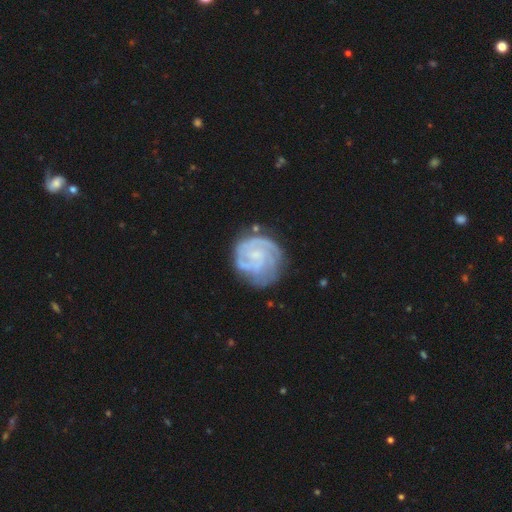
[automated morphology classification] Smooth or featured?
  - featured or disk: 82% *
  - smooth: 13%
  - star or artifact: 5%
Edge-on disk?
  - no: 98% *
  - yes: 2%
Bar?
  - no: 60% *
  - weak: 33%
  - strong: 7%
Spiral arms?
  - yes: 95% *
  - no: 5%
Spiral winding?
  - tight: 62% *
  - medium: 31%
  - loose: 7%
Spiral arm count?
  - 3: 32% *
  - 2: 26%
  - can't tell: 23%
  - 4: 8%
  - 1: 5%
  - more than 4: 5%
Bulge size?
  - small: 51% *
  - none: 33%
  - moderate: 13%
  - large: 2%
  - dominant: 1%
Merging?
  - none: 66% *
  - minor disturbance: 21%
  - major disturbance: 11%
  - merger: 3%